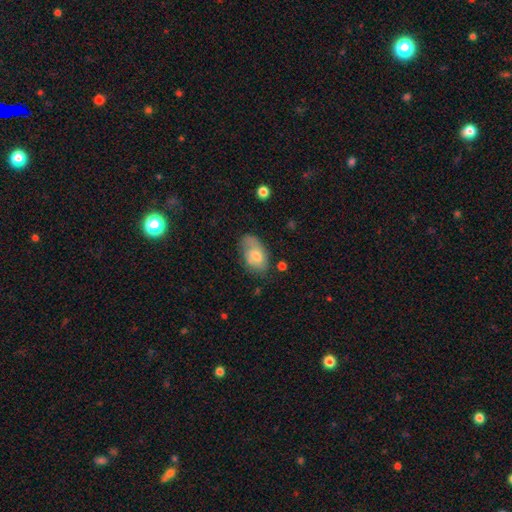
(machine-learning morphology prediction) Smooth or featured? smooth (61%)
How rounded? in between (91%)
Merging? none (48%)